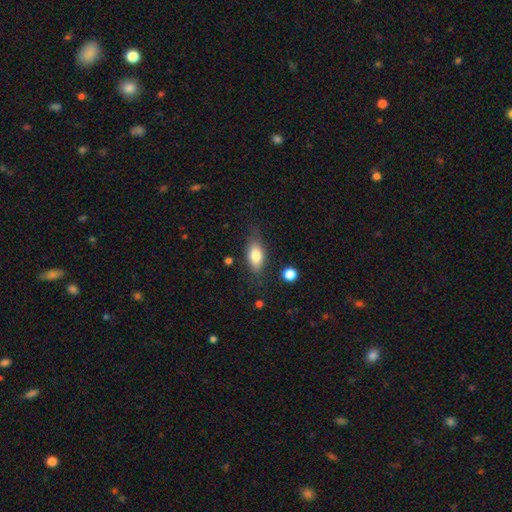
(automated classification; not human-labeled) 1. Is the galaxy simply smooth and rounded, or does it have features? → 78% smooth, 15% featured or disk, 7% star or artifact.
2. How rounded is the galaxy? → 85% in between, 9% cigar-shaped, 6% round.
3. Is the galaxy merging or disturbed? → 75% none, 18% minor disturbance, 5% major disturbance, 2% merger.